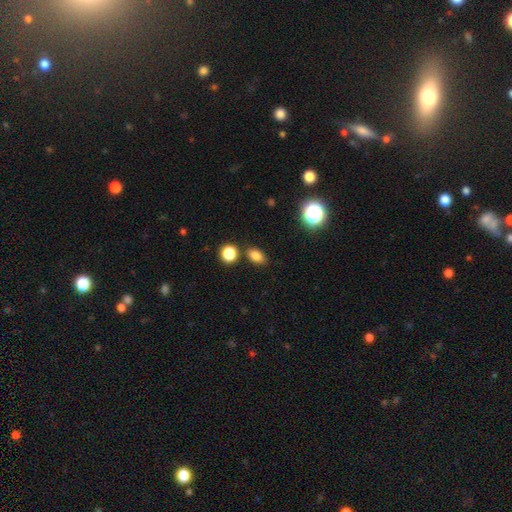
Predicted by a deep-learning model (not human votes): The model was most divided on "how rounded": in between: 79%, round: 19%, cigar-shaped: 2%. More confident: smooth or featured — smooth (82%); merging — none (80%).